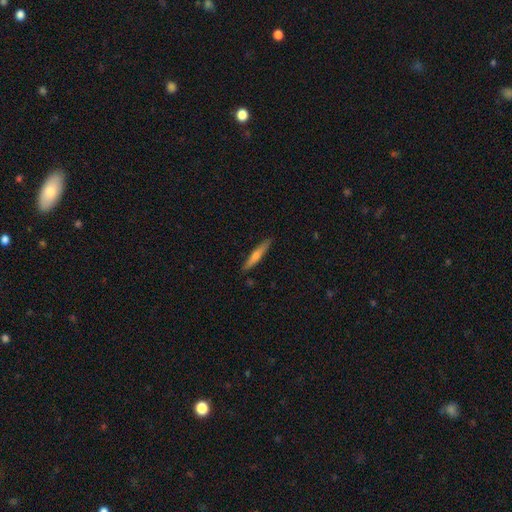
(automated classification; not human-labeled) Smooth or featured? smooth (52%)
How rounded? cigar-shaped (93%)
Merging? none (89%)